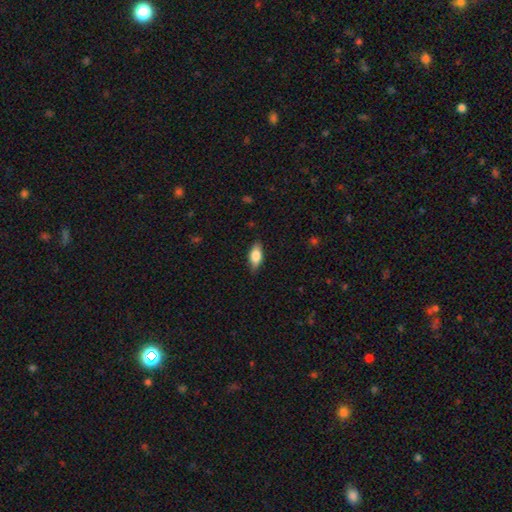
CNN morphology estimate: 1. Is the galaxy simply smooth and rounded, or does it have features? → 75% smooth, 19% featured or disk, 7% star or artifact.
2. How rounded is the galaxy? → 82% in between, 15% cigar-shaped, 3% round.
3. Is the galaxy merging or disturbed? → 83% none, 13% minor disturbance, 3% major disturbance, 1% merger.